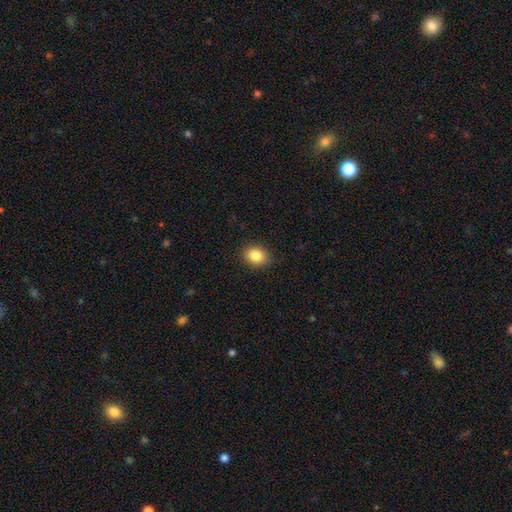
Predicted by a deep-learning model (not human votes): This is clearly a smooth galaxy (86%). How rounded: possibly in between (52%). Merging: clearly none (88%).